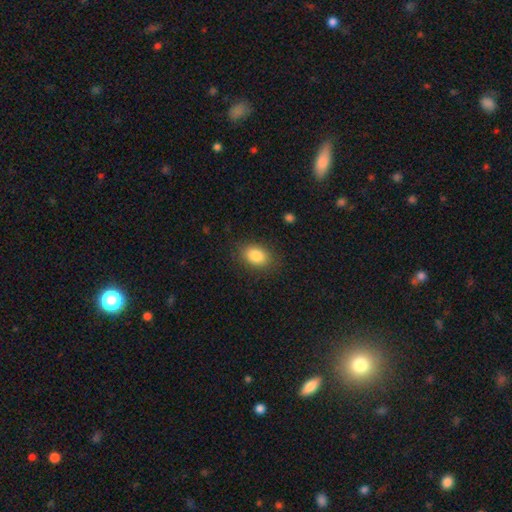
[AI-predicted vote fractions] Smooth or featured: smooth — 85% (star or artifact — 8%)
How rounded: in between — 80% (round — 19%)
Merging: none — 84% (minor disturbance — 11%)